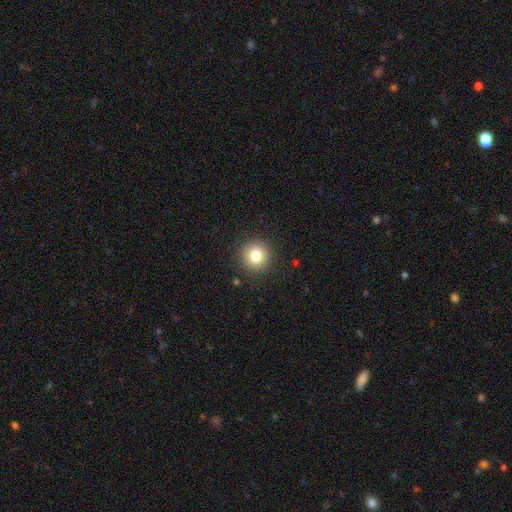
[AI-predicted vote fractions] smooth-or-featured: smooth: 82% | star or artifact: 11% | featured or disk: 7%
  how-rounded: round: 94% | in between: 5% | cigar-shaped: 1%
  merging: none: 90% | minor disturbance: 6% | major disturbance: 2% | merger: 1%